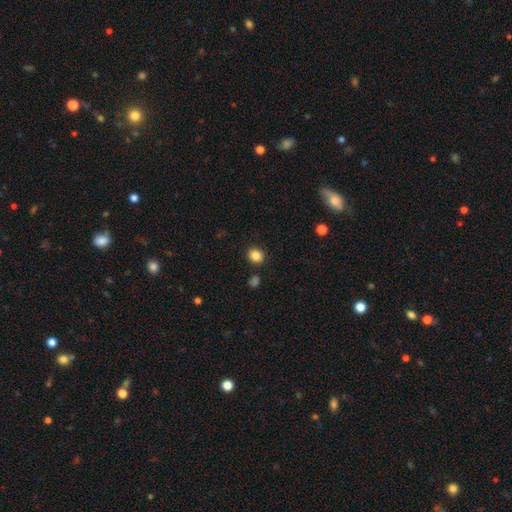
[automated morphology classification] Overall: smooth (85%). How rounded: round (69%; in between 31%). Merging: none (87%).